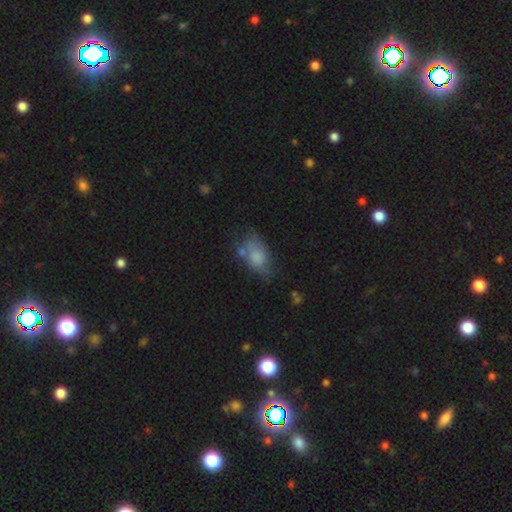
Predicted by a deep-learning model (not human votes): smooth_or_featured: smooth (p=0.71) [alt: featured or disk p=0.21]
how_rounded: in between (p=0.87) [alt: round p=0.10]
merging: none (p=0.44) [alt: minor disturbance p=0.29]